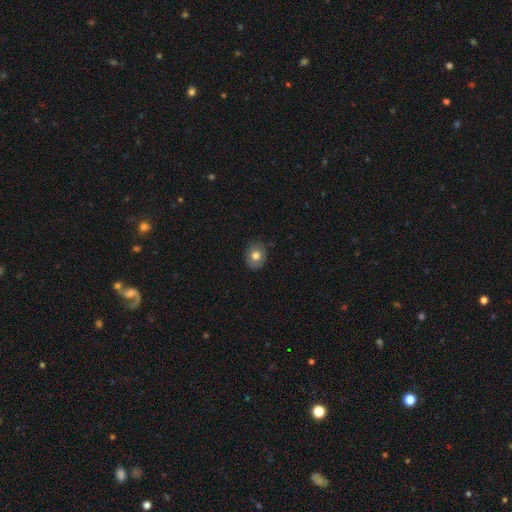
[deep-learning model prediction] smooth 74%, featured or disk 17%, star or artifact 9%. Down the decision tree: how rounded — round (69%); merging — none (86%).